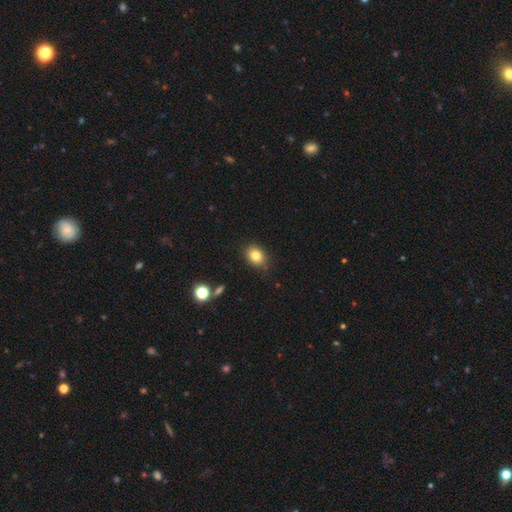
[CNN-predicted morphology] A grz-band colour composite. It shows a smooth galaxy with no disk features (82%) that is in between round and cigar-shaped (57%). Merging: none (81%).